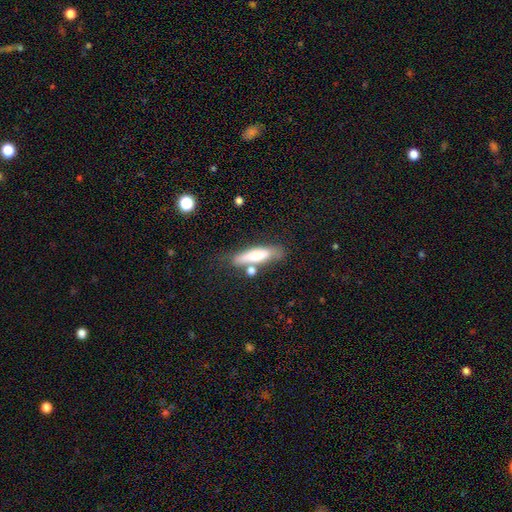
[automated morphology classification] Smooth or featured: smooth — 70% (featured or disk — 22%)
How rounded: cigar-shaped — 73% (in between — 25%)
Merging: none — 64% (minor disturbance — 19%)